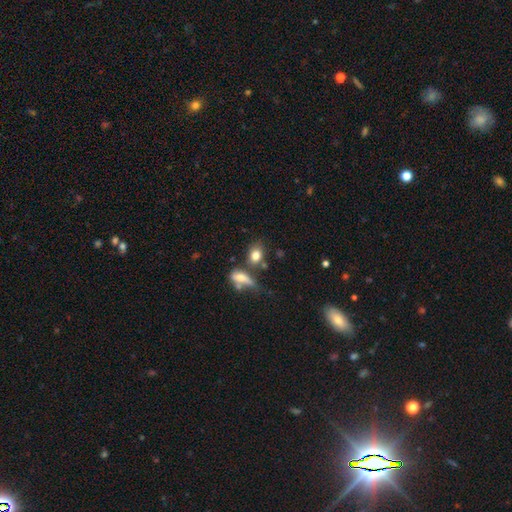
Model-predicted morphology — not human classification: smooth-or-featured: smooth: 79% | featured or disk: 11% | star or artifact: 10%
  how-rounded: in between: 57% | round: 39% | cigar-shaped: 4%
  merging: none: 54% | merger: 25% | minor disturbance: 15% | major disturbance: 7%